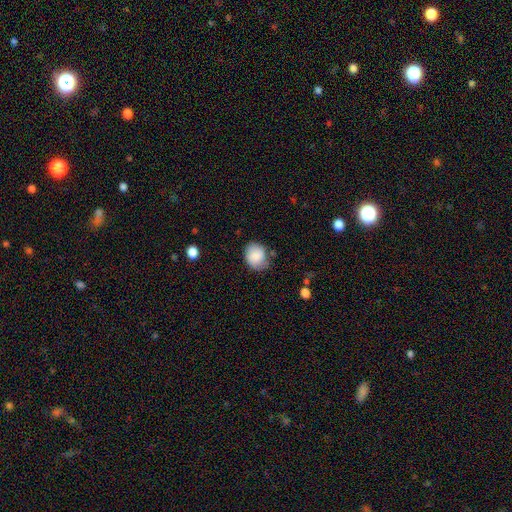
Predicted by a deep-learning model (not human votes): Smooth or featured?
  - smooth: 84% *
  - featured or disk: 9%
  - star or artifact: 7%
How rounded?
  - round: 60% *
  - in between: 39%
  - cigar-shaped: 1%
Merging?
  - none: 68% *
  - minor disturbance: 24%
  - major disturbance: 6%
  - merger: 3%